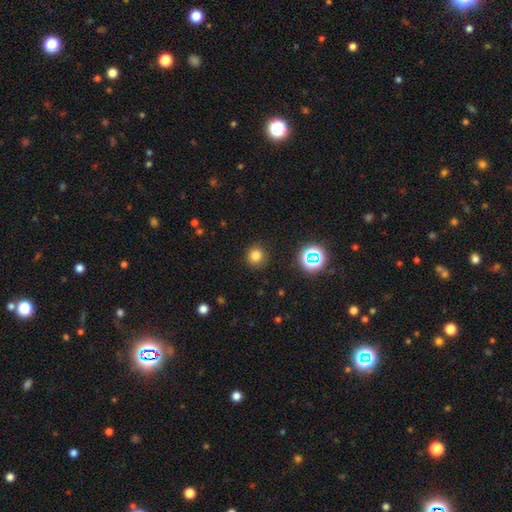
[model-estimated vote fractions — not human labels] This appears to be a smooth galaxy with no disk features (78%) that is round (92%). Merging: none (89%).